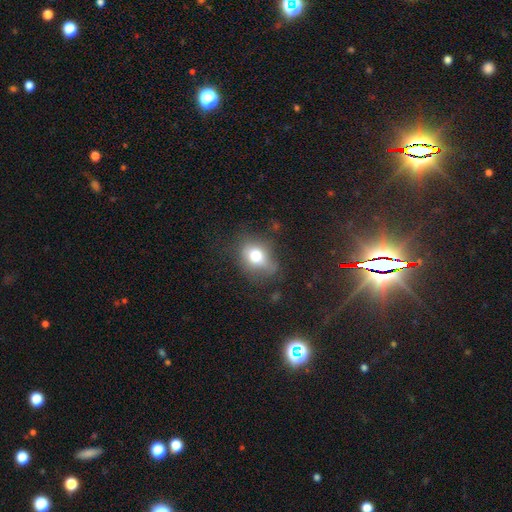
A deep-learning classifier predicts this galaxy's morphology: type=smooth (71%); roundness=round (52%); merging=none (57%).